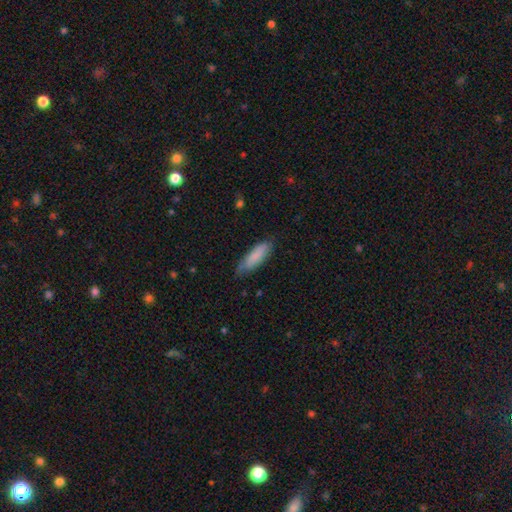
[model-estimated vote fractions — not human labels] This appears to be a smooth galaxy with no disk features (84%) that is cigar-shaped (55%). Merging: none (74%).